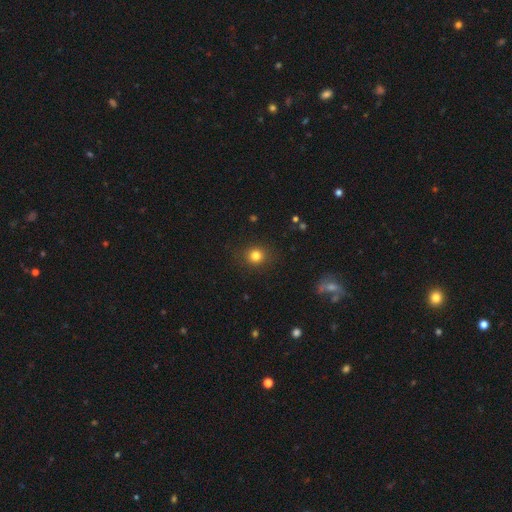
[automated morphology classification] A smooth galaxy with no disk features (81%) that is round (83%).

Vote fractions:
- Smooth or featured? smooth: 81% / star or artifact: 13% / featured or disk: 6%
- How rounded? round: 83% / in between: 16% / cigar-shaped: 1%
- Merging? none: 88% / minor disturbance: 8% / major disturbance: 3% / merger: 1%